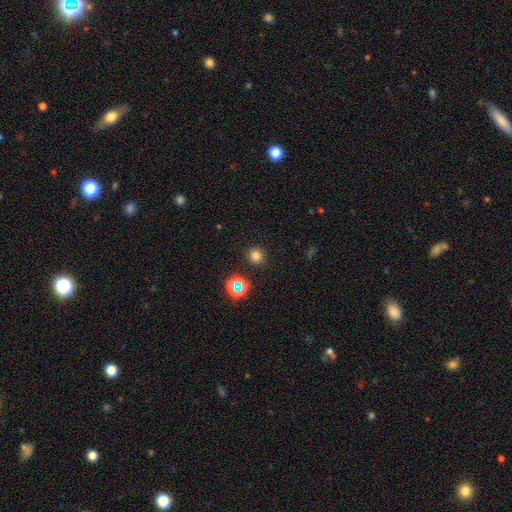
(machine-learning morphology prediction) The model was most divided on "smooth or featured": smooth: 76%, star or artifact: 19%, featured or disk: 5%. More confident: how rounded — round (93%); merging — none (91%).